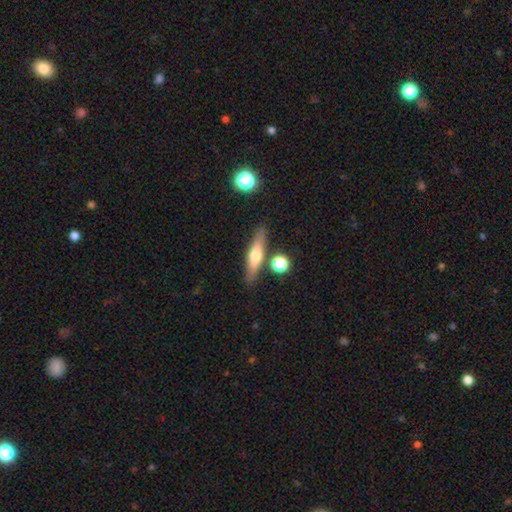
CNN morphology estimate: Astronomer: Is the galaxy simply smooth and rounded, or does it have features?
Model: smooth — 49% (runner-up: featured or disk, 44%).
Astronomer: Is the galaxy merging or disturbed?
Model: none — 80%.